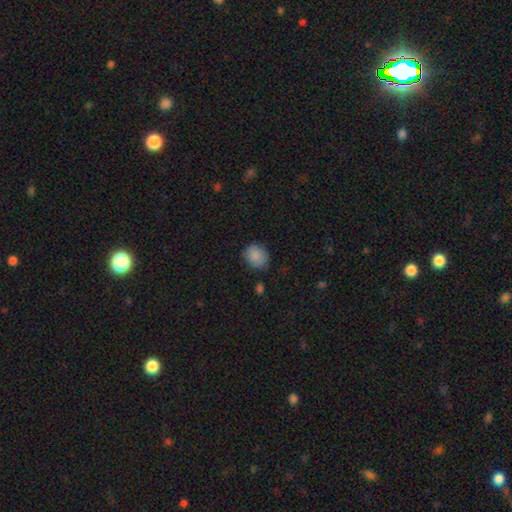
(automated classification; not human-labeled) smooth-or-featured: smooth: 86% | star or artifact: 8% | featured or disk: 6%
  how-rounded: round: 70% | in between: 29% | cigar-shaped: 1%
  merging: none: 77% | minor disturbance: 18% | major disturbance: 4% | merger: 2%